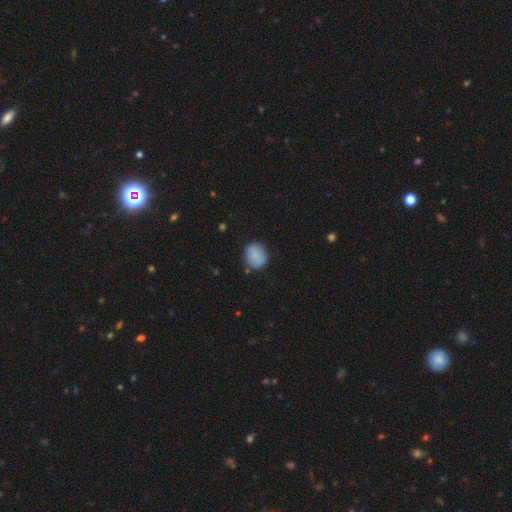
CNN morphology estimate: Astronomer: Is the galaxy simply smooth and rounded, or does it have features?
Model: smooth — 84%.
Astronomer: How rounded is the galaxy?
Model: round — 68%.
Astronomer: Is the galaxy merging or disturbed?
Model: none — 80%.